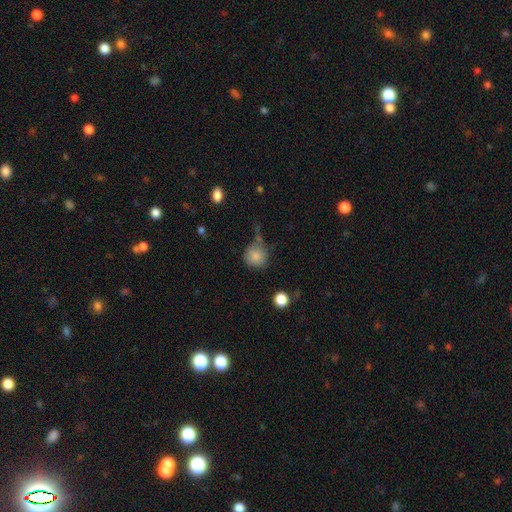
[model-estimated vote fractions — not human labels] smooth_or_featured: smooth (p=0.84) [alt: star or artifact p=0.10]
how_rounded: round (p=0.91) [alt: in between p=0.08]
merging: none (p=0.64) [alt: minor disturbance p=0.20]